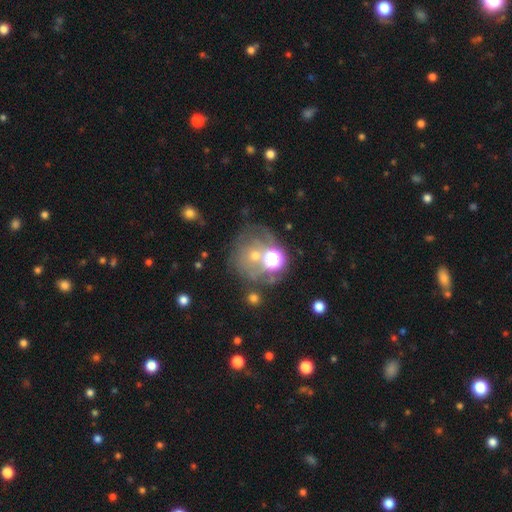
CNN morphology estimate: The model was most divided on "smooth or featured": star or artifact: 44%, smooth: 35%, featured or disk: 21%.